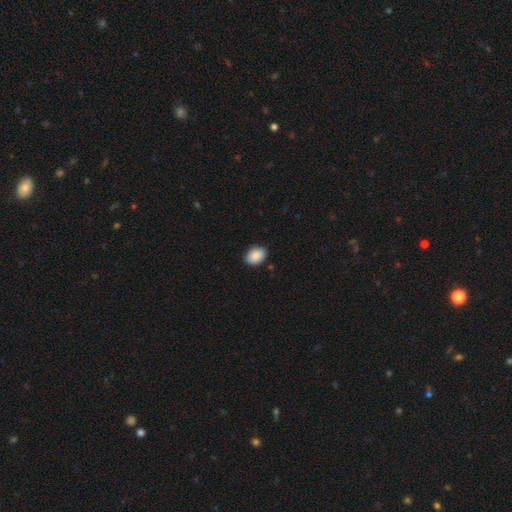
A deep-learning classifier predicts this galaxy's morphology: The model was most divided on "how rounded": in between: 76%, round: 23%, cigar-shaped: 1%. More confident: smooth or featured — smooth (90%); merging — none (86%).